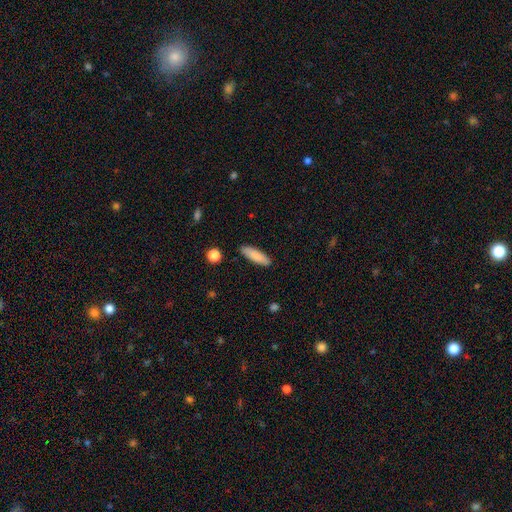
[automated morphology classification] smooth-or-featured: smooth: 85% | featured or disk: 9% | star or artifact: 6%
  how-rounded: cigar-shaped: 54% | in between: 45% | round: 2%
  merging: none: 88% | minor disturbance: 9% | major disturbance: 2% | merger: 1%